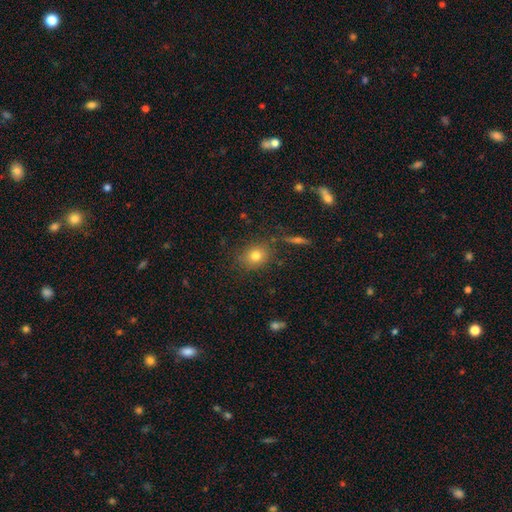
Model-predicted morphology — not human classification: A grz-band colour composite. It shows a smooth galaxy with no disk features (77%) that is round (57%). Merging: none (81%).